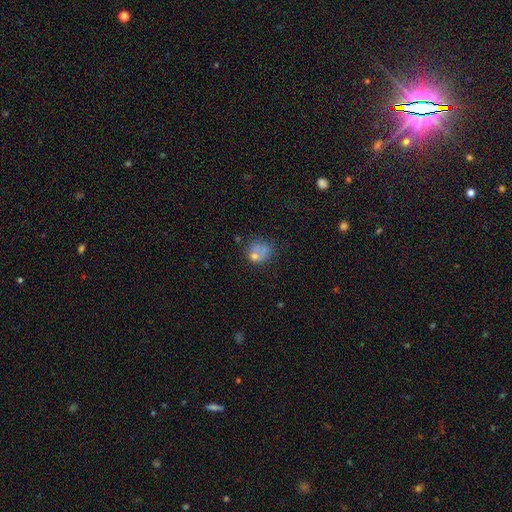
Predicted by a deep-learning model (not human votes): A smooth galaxy with no disk features (58%) that is round (69%). Merging: none (45%).